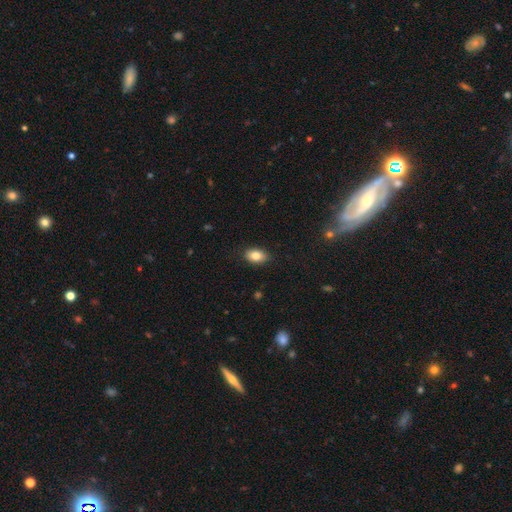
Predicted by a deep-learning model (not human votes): Q: Smooth or featured?
A: smooth (83%); runner-up: featured or disk (9%)
Q: How rounded?
A: in between (88%); runner-up: round (10%)
Q: Merging?
A: none (87%); runner-up: minor disturbance (10%)